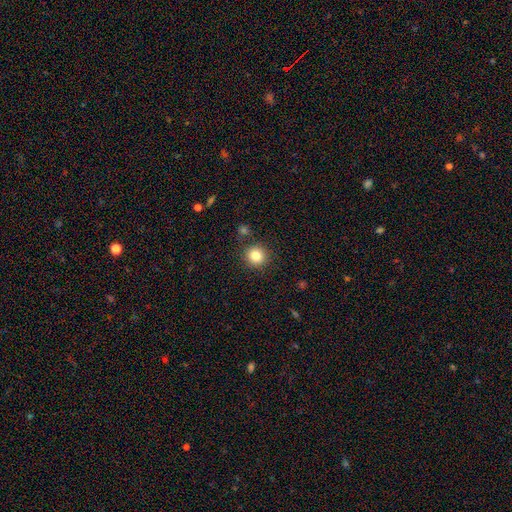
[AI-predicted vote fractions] Smooth or featured? Predicted: smooth (p=0.82). How rounded? Predicted: round (p=0.93). Merging? Predicted: none (p=0.86).